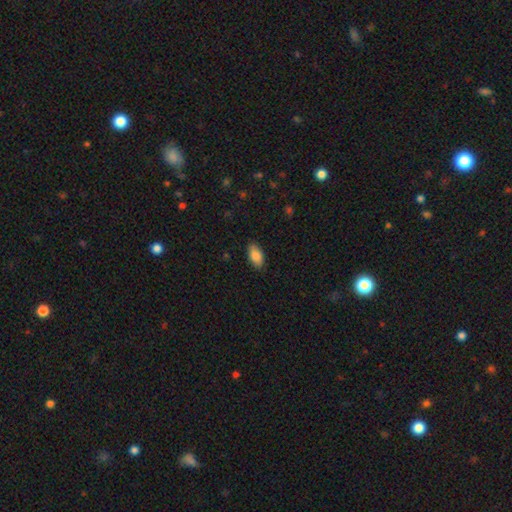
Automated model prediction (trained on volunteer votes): This appears to be a smooth galaxy with no disk features (86%) that is in between round and cigar-shaped (93%). Merging: none (87%).